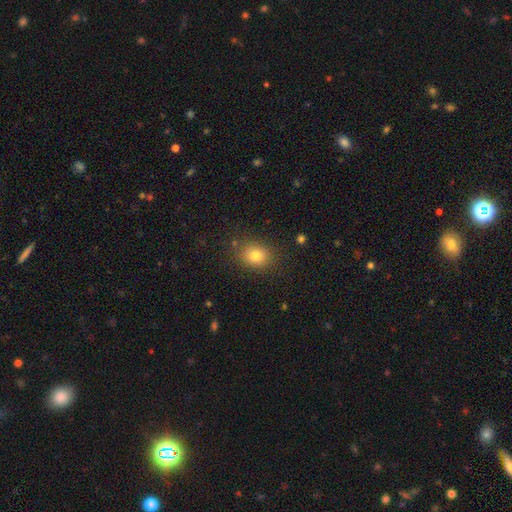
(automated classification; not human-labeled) Smooth or featured: smooth — 80% (star or artifact — 12%)
How rounded: in between — 50% (round — 49%)
Merging: none — 83% (minor disturbance — 11%)